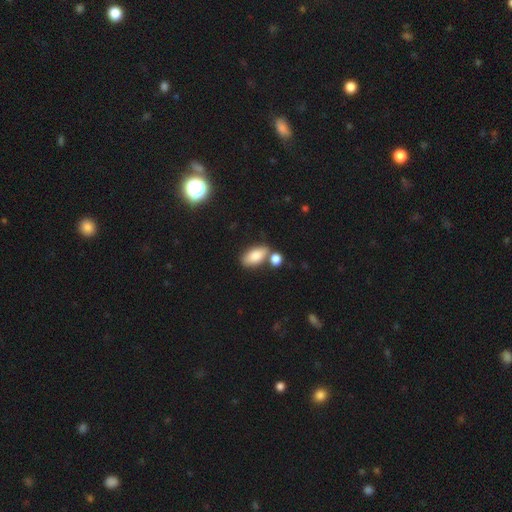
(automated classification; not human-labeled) Smooth or featured? smooth (82%)
How rounded? in between (88%)
Merging? none (62%)